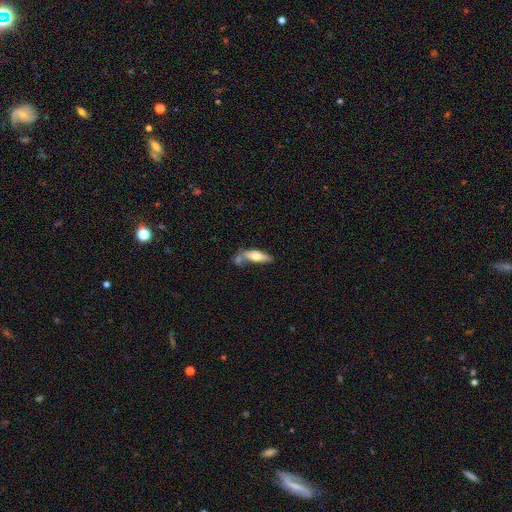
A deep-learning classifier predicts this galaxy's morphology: smooth_or_featured: smooth (p=0.60) [alt: featured or disk p=0.34]
how_rounded: cigar-shaped (p=0.51) [alt: in between p=0.46]
merging: none (p=0.45) [alt: merger p=0.29]